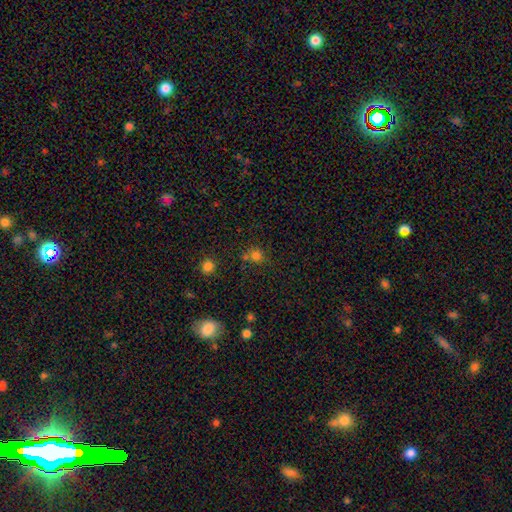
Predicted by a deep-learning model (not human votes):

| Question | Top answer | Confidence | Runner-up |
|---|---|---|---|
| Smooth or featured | smooth | 76% | star or artifact (17%) |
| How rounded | round | 87% | in between (12%) |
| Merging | none | 63% | merger (22%) |